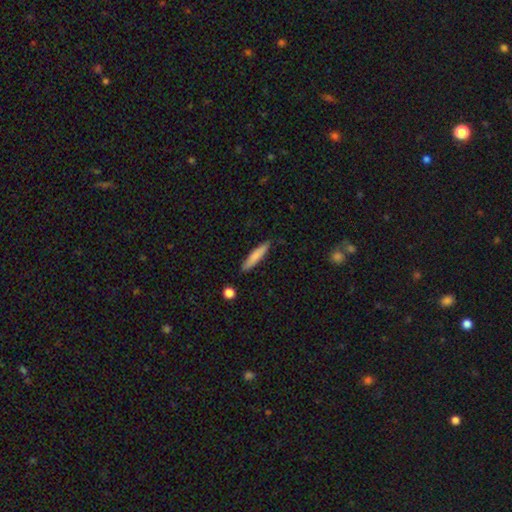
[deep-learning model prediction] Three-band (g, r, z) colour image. It shows a smooth galaxy with no disk features (77%) that is cigar-shaped (86%). Merging: none (85%).